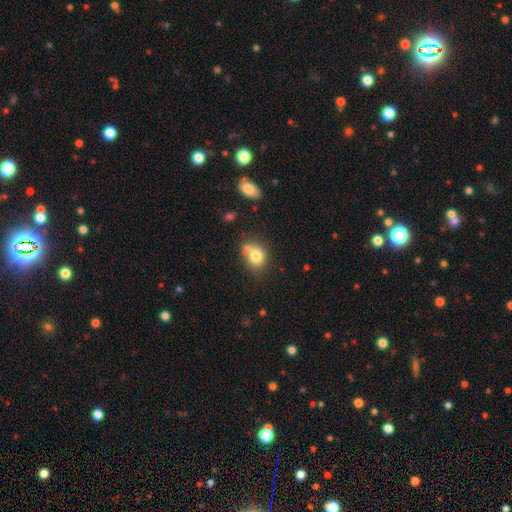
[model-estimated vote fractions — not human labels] Smooth or featured: smooth — 77% (featured or disk — 13%)
How rounded: round — 55% (in between — 44%)
Merging: none — 45% (merger — 23%)